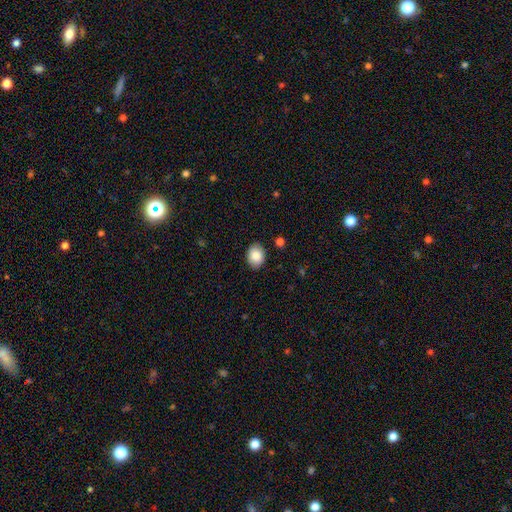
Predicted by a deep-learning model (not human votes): Smooth or featured?
  - smooth: 87% *
  - star or artifact: 7%
  - featured or disk: 6%
How rounded?
  - in between: 65% *
  - round: 34%
  - cigar-shaped: 1%
Merging?
  - none: 88% *
  - minor disturbance: 9%
  - major disturbance: 2%
  - merger: 1%